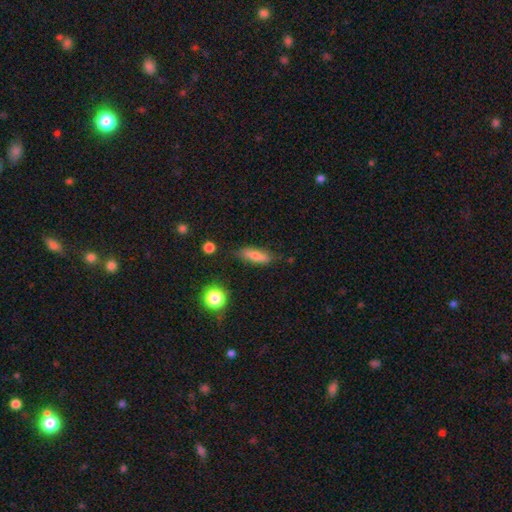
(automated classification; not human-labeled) Smooth or featured: smooth — 69% (featured or disk — 20%)
How rounded: cigar-shaped — 56% (in between — 41%)
Merging: none — 80% (minor disturbance — 15%)